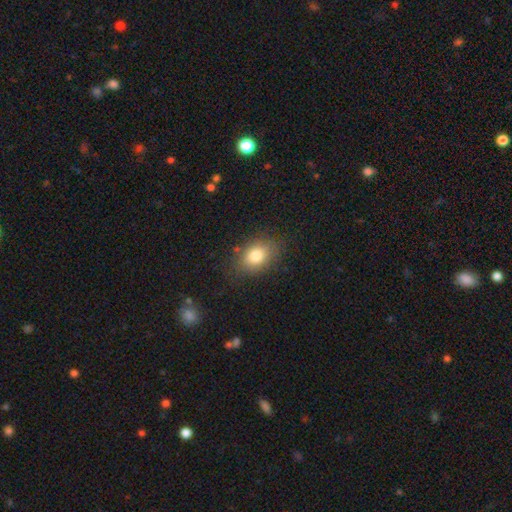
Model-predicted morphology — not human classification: Smooth or featured: smooth — 79% (featured or disk — 11%)
How rounded: in between — 75% (round — 24%)
Merging: none — 80% (minor disturbance — 14%)